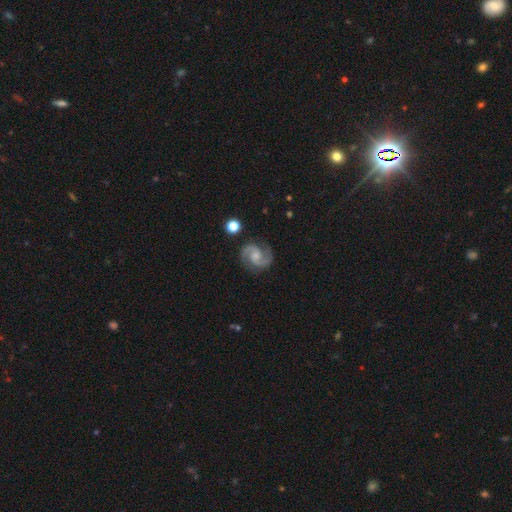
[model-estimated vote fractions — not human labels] Morphology: type=featured or disk (91%); edge-on=no (98%); bar=no (56%); spiral arms=yes (98%); winding=medium (62%); arm count=2 (94%); bulge=small (46%); merging=none (84%).